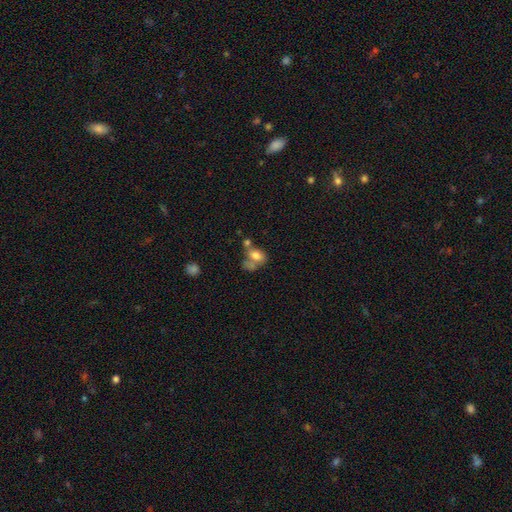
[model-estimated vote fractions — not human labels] smooth-or-featured: smooth: 73% | featured or disk: 16% | star or artifact: 10%
  how-rounded: in between: 74% | round: 24% | cigar-shaped: 2%
  merging: merger: 44% | none: 27% | minor disturbance: 15% | major disturbance: 13%